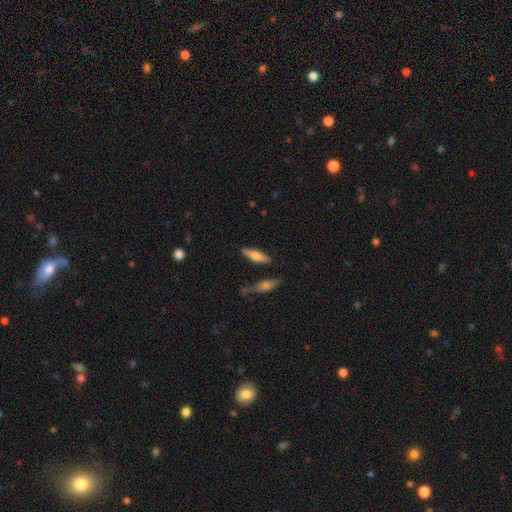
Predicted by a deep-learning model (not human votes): Morphology: type=smooth (59%); roundness=cigar-shaped (66%); merging=none (80%).